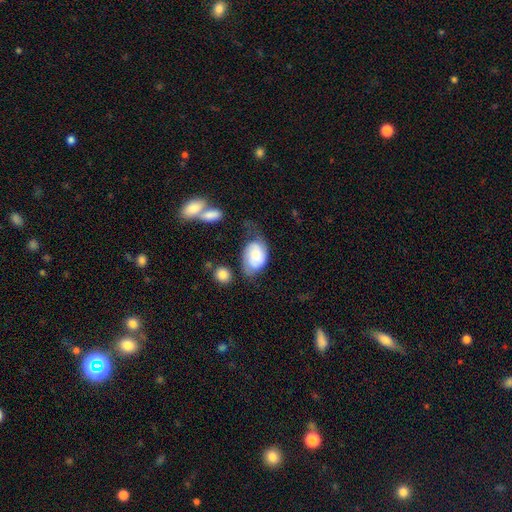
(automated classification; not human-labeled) smooth-or-featured: smooth: 58% | featured or disk: 35% | star or artifact: 7%
  how-rounded: in between: 85% | round: 14% | cigar-shaped: 1%
  merging: none: 35% | minor disturbance: 34% | major disturbance: 24% | merger: 7%